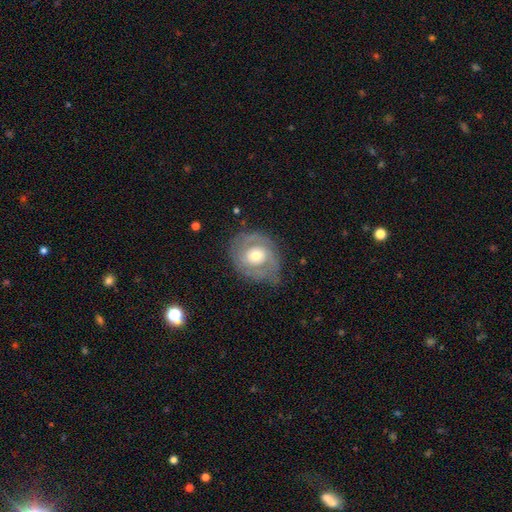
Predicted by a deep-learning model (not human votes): A featured or disk galaxy (68%) with no bar (78%), spiral arms (70%) and a moderate central bulge (67%).

Vote fractions:
- Smooth or featured? featured or disk: 68% / smooth: 26% / star or artifact: 6%
- Edge-on disk? no: 96% / yes: 4%
- Bar? no: 78% / weak: 18% / strong: 5%
- Spiral arms? yes: 70% / no: 30%
- Bulge size? moderate: 67% / small: 20% / large: 10% / dominant: 1% / none: 1%
- Merging? none: 69% / minor disturbance: 20% / major disturbance: 10% / merger: 1%